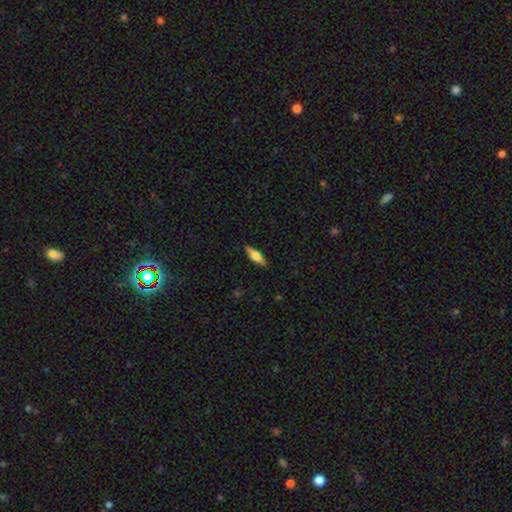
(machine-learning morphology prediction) Overall: smooth (58%; featured or disk 36%). How rounded: in between (50%; cigar-shaped 48%). Merging: none (88%).